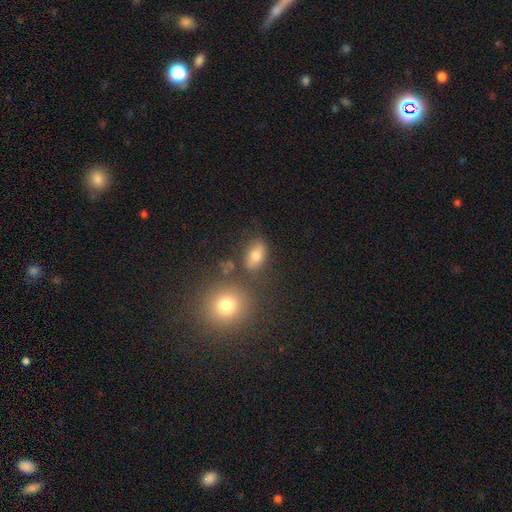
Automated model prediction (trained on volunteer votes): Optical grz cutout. It shows a smooth galaxy with no disk features (70%) that is in between round and cigar-shaped (76%). Merging: none (73%).